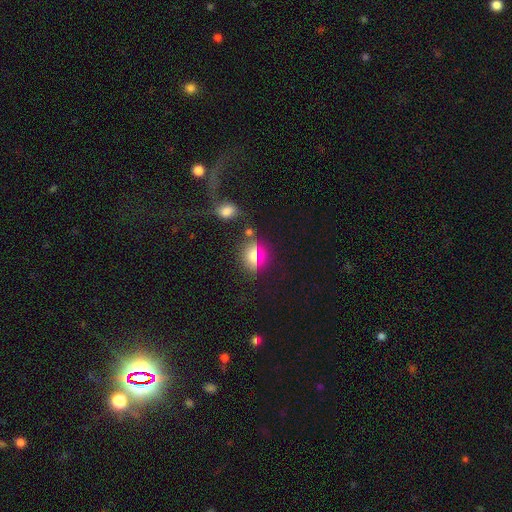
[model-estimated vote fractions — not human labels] Morphology: type=smooth (55%); roundness=round (58%); merging=none (76%).